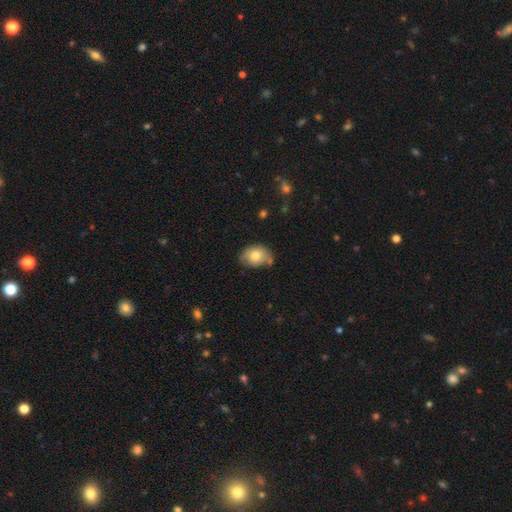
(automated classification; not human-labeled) Overall: smooth (76%). How rounded: in between (66%; round 33%). Merging: none (59%; minor disturbance 28%).